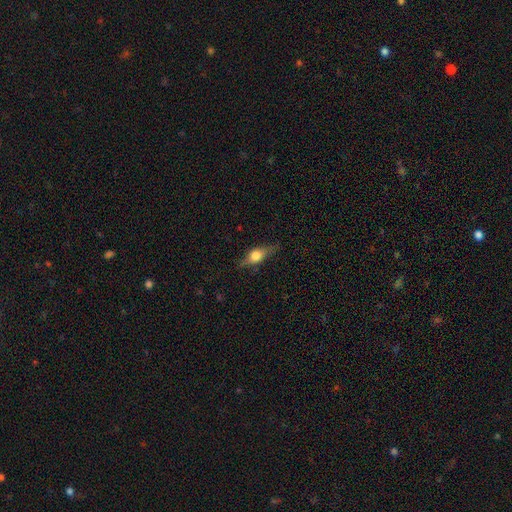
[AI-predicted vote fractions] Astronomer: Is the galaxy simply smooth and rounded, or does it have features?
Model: featured or disk — 51% (runner-up: smooth, 41%).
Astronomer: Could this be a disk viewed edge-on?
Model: yes — 92%.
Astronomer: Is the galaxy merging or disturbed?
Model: none — 77%.